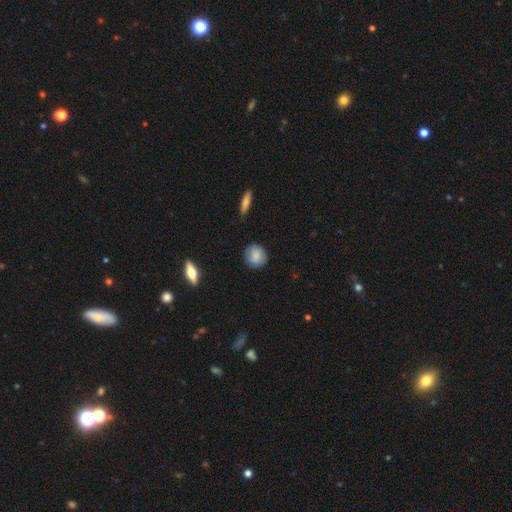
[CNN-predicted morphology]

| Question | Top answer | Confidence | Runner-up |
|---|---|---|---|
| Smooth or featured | smooth | 84% | featured or disk (9%) |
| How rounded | round | 85% | in between (14%) |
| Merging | none | 85% | minor disturbance (12%) |